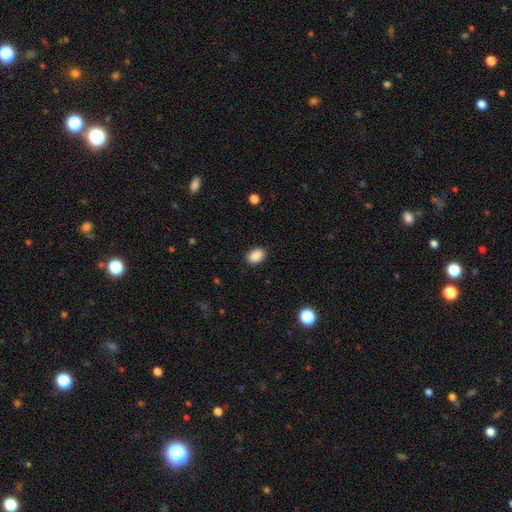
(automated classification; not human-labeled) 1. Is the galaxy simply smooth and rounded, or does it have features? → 89% smooth, 8% star or artifact, 3% featured or disk.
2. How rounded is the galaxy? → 84% in between, 15% round, 1% cigar-shaped.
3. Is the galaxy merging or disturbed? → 88% none, 9% minor disturbance, 2% major disturbance, 1% merger.